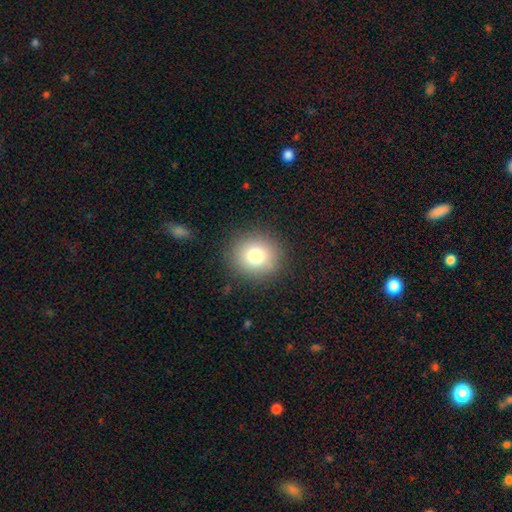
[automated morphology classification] Smooth or featured?
  - smooth: 78% *
  - star or artifact: 12%
  - featured or disk: 10%
How rounded?
  - round: 88% *
  - in between: 11%
  - cigar-shaped: 1%
Merging?
  - none: 88% *
  - minor disturbance: 8%
  - major disturbance: 3%
  - merger: 1%